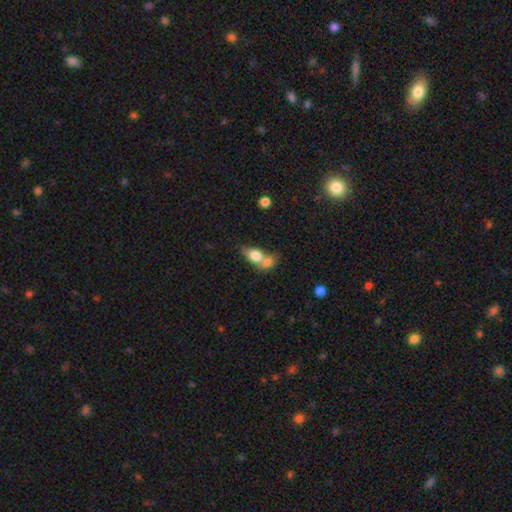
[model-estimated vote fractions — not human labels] smooth_or_featured: smooth (p=0.78) [alt: featured or disk p=0.15]
how_rounded: in between (p=0.72) [alt: round p=0.24]
merging: merger (p=0.69) [alt: none p=0.20]